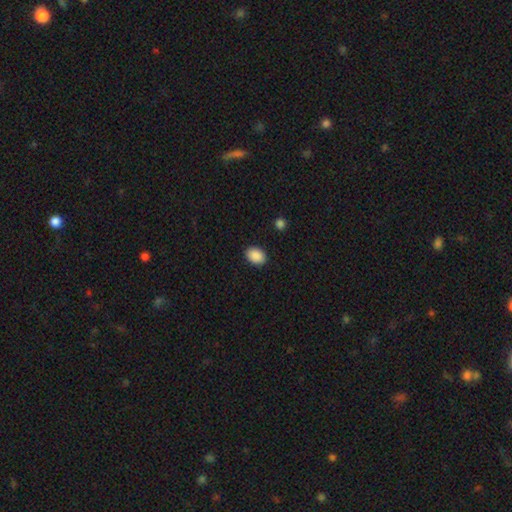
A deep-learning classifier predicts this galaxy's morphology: A smooth galaxy with no disk features (90%) that is in between round and cigar-shaped (73%). Merging: none (89%).